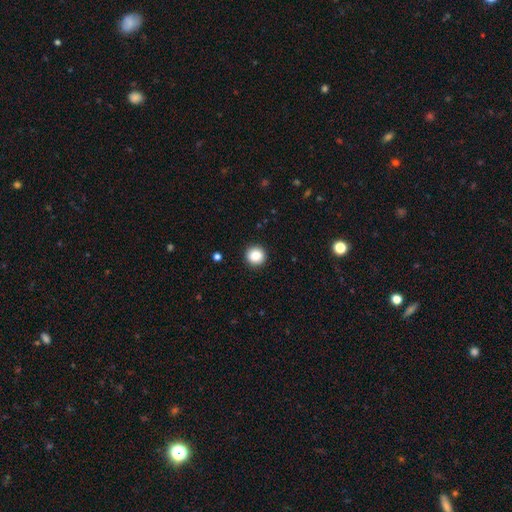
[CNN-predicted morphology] This appears to be a smooth galaxy with no disk features (87%) that is round (94%). Merging: none (92%).